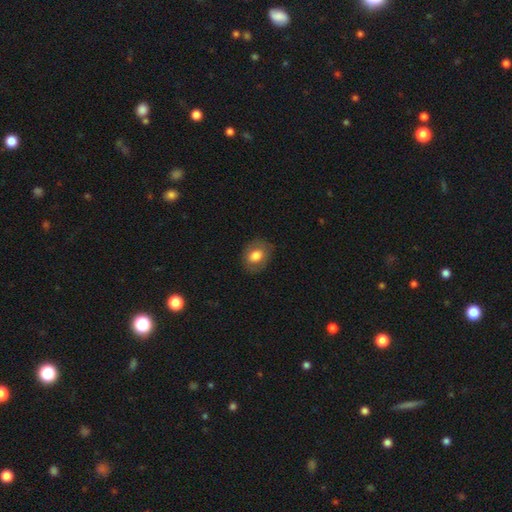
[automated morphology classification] smooth 72%, featured or disk 20%, star or artifact 8%. Down the decision tree: how rounded — in between (55%); merging — none (81%).